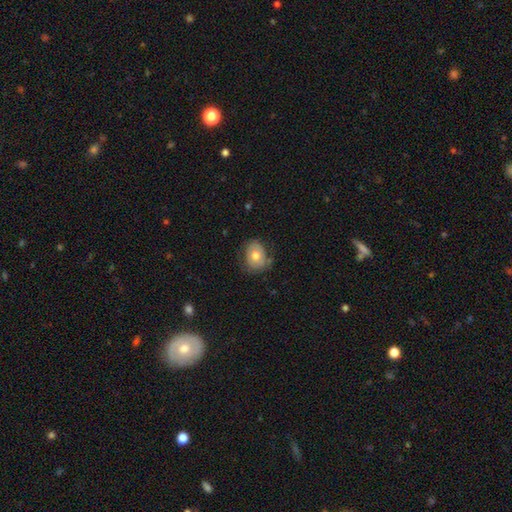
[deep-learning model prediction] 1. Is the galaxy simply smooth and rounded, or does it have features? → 59% smooth, 33% featured or disk, 8% star or artifact.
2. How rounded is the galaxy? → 50% round, 49% in between, 1% cigar-shaped.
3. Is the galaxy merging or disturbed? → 64% none, 24% minor disturbance, 9% major disturbance, 2% merger.